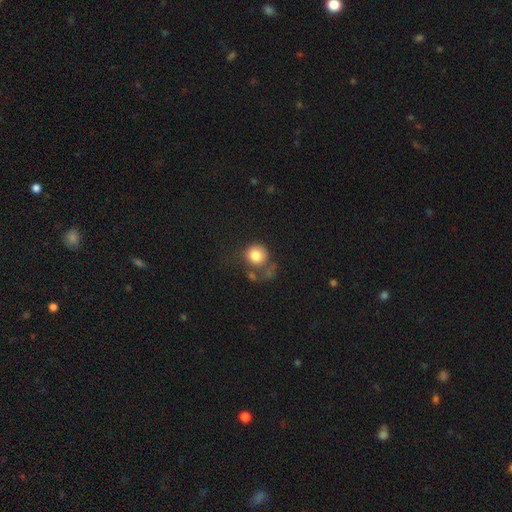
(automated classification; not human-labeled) A smooth galaxy with no disk features (80%) that is round (85%). Merging: none (43%).